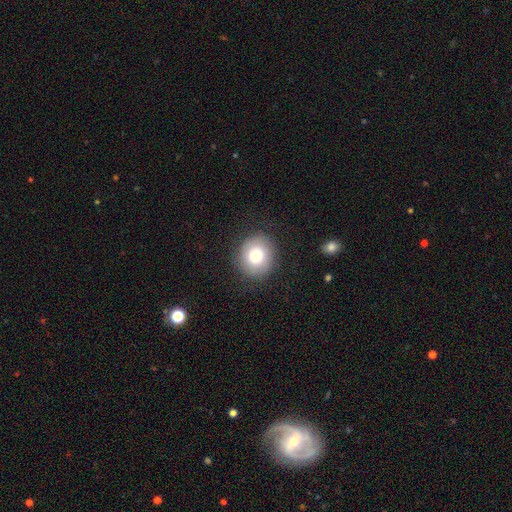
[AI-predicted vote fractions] Smooth or featured? Predicted: smooth (p=0.77). How rounded? Predicted: round (p=0.82). Merging? Predicted: none (p=0.86).